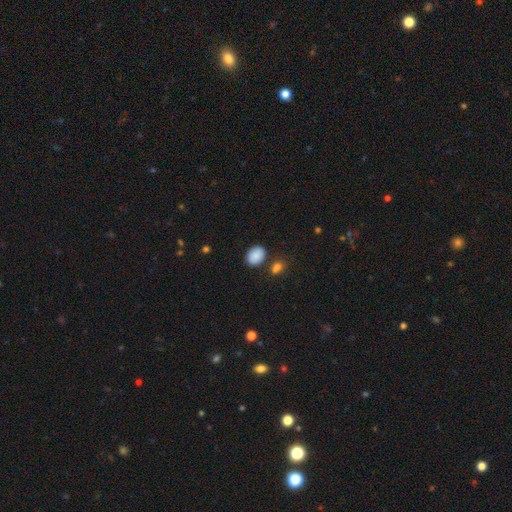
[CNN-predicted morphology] smooth 87%, star or artifact 8%, featured or disk 4%. Down the decision tree: how rounded — in between (71%); merging — none (77%).